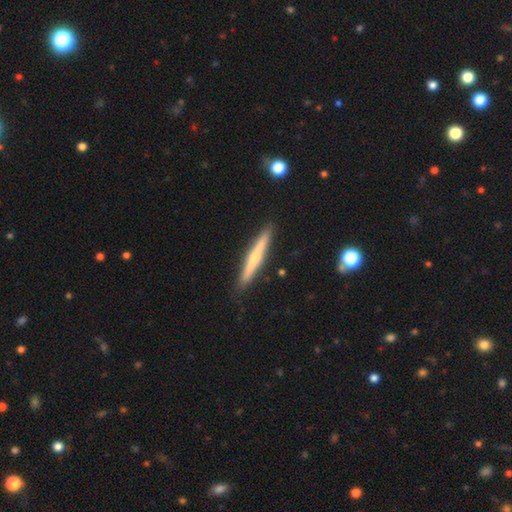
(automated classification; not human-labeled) Overall: featured or disk (54%; smooth 40%). Edge-on disk: yes (96%). Edge-on bulge: rounded (66%; none 29%). Merging: none (90%).